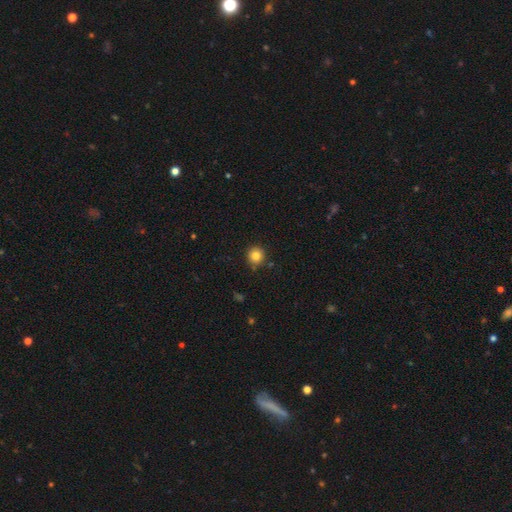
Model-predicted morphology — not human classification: Q: Smooth or featured?
A: smooth (83%); runner-up: star or artifact (11%)
Q: How rounded?
A: round (94%); runner-up: in between (5%)
Q: Merging?
A: none (87%); runner-up: minor disturbance (9%)